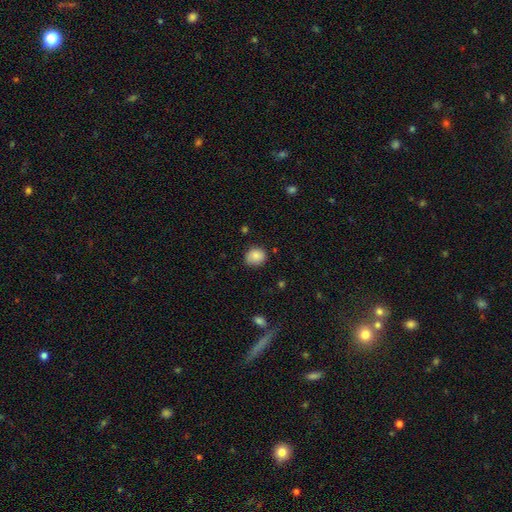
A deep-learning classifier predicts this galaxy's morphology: Q: Smooth or featured?
A: smooth (85%); runner-up: star or artifact (8%)
Q: How rounded?
A: round (72%); runner-up: in between (27%)
Q: Merging?
A: none (79%); runner-up: minor disturbance (17%)